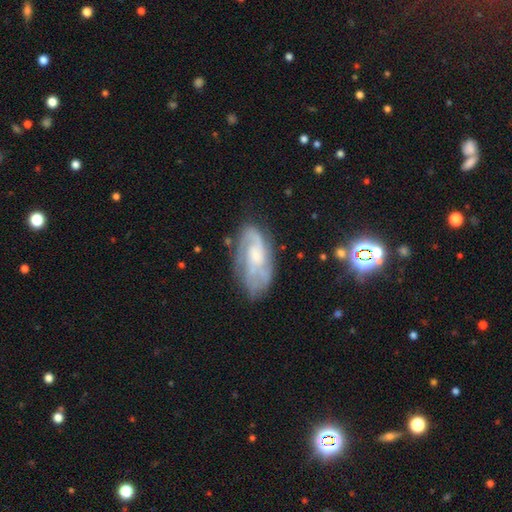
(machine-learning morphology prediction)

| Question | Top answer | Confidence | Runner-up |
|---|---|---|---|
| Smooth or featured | featured or disk | 75% | smooth (17%) |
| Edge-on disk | no | 94% | yes (6%) |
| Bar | no | 60% | weak (34%) |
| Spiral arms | yes | 91% | no (9%) |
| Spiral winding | medium | 42% | tight (40%) |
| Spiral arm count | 2 | 37% | can't tell (32%) |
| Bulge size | small | 43% | moderate (36%) |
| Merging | none | 67% | minor disturbance (21%) |